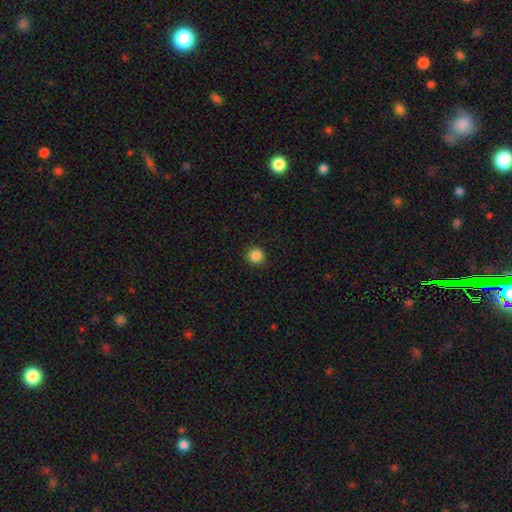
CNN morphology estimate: Q: Smooth or featured?
A: smooth (86%); runner-up: star or artifact (11%)
Q: How rounded?
A: round (94%); runner-up: in between (5%)
Q: Merging?
A: none (91%); runner-up: minor disturbance (6%)